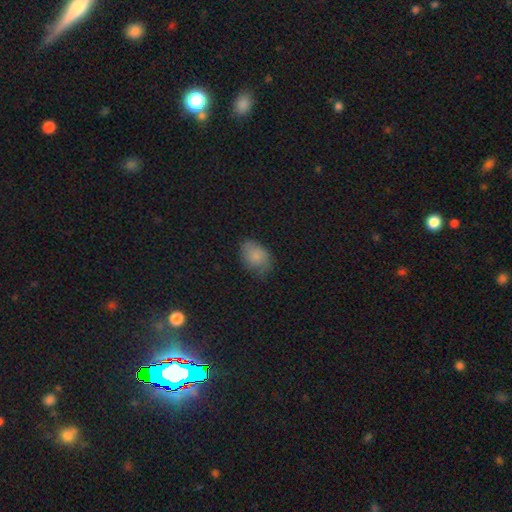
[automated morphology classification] type=smooth (80%); roundness=in between (78%); merging=none (62%).